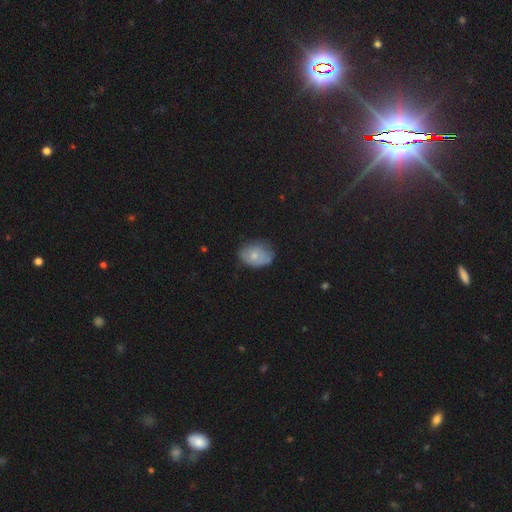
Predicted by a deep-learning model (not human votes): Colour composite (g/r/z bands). It shows a smooth galaxy with no disk features (64%) that is in between round and cigar-shaped (71%). Merging: none (58%).